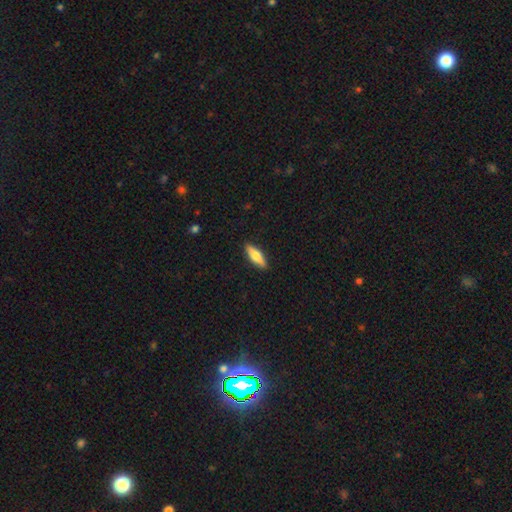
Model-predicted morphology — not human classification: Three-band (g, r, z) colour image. It shows a smooth galaxy with no disk features (59%) that is cigar-shaped (54%). Merging: none (90%).